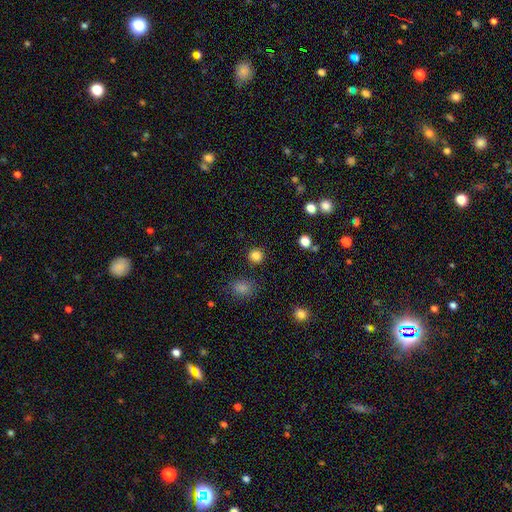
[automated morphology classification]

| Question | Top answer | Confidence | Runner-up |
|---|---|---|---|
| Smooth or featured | smooth | 84% | star or artifact (13%) |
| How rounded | round | 91% | in between (8%) |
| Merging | none | 89% | minor disturbance (6%) |